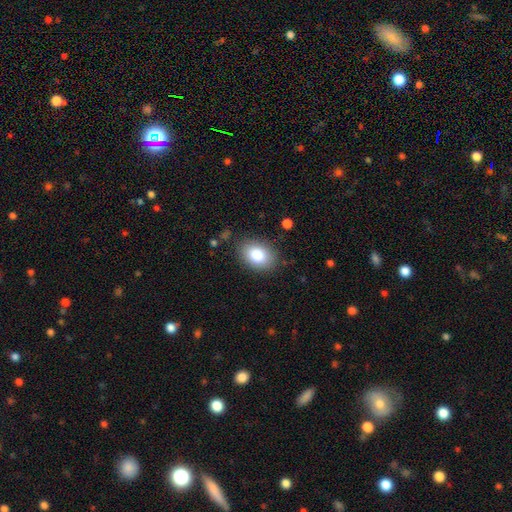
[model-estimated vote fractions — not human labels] Overall: smooth (82%). How rounded: in between (75%). Merging: none (87%).